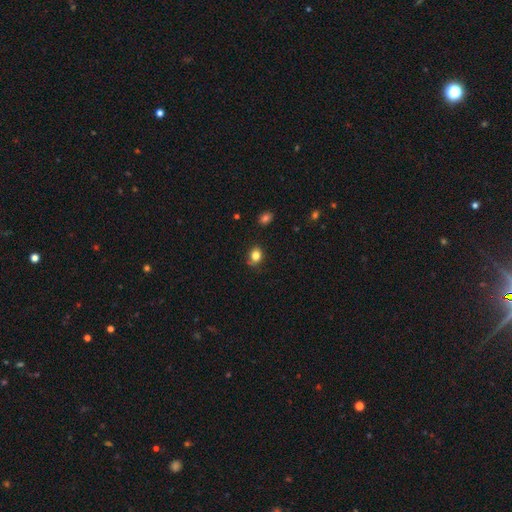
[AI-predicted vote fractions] Smooth or featured?
  - smooth: 81% *
  - star or artifact: 11%
  - featured or disk: 8%
How rounded?
  - round: 50% *
  - in between: 49%
  - cigar-shaped: 1%
Merging?
  - none: 74% *
  - minor disturbance: 20%
  - major disturbance: 5%
  - merger: 2%